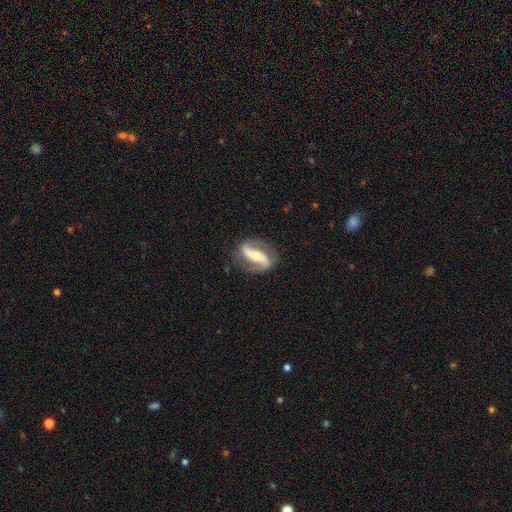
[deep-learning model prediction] Morphology: type=featured or disk (86%); edge-on=no (93%); bar=strong (59%); spiral arms=yes (94%); winding=loose (44%); arm count=2 (92%); bulge=moderate (48%); merging=none (81%).